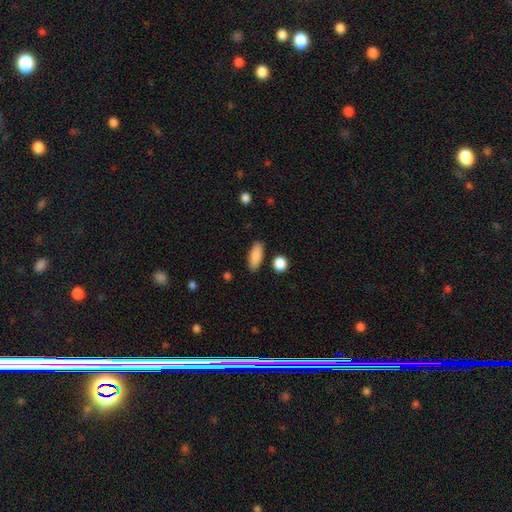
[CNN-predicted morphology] The model was most divided on "how rounded": in between: 73%, cigar-shaped: 24%, round: 3%. More confident: smooth or featured — smooth (88%); merging — none (87%).